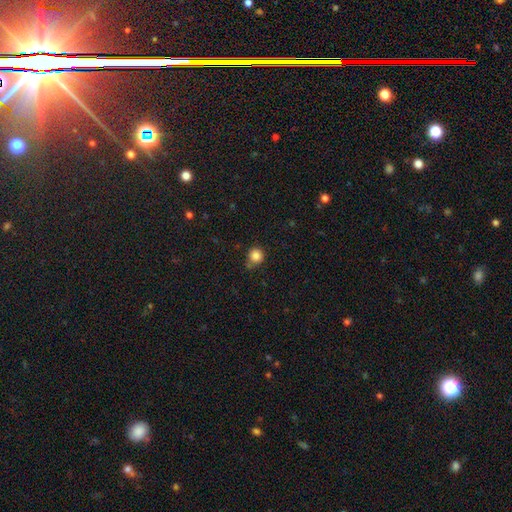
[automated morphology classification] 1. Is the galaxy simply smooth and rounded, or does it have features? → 84% smooth, 12% star or artifact, 4% featured or disk.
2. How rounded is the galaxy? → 92% round, 7% in between, 1% cigar-shaped.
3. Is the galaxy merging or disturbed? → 75% none, 14% minor disturbance, 7% merger, 3% major disturbance.